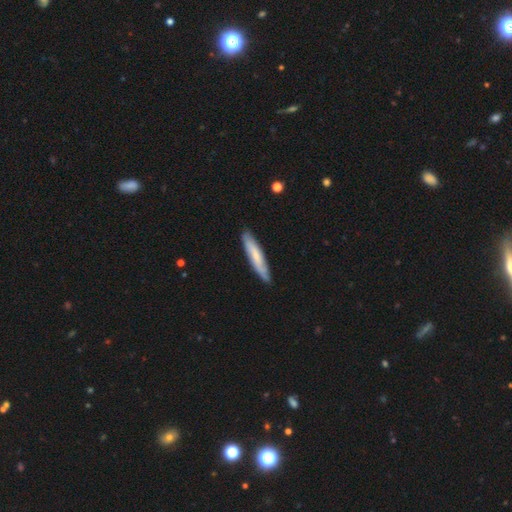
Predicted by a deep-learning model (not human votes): A smooth galaxy with no disk features (60%) that is cigar-shaped (88%).

Vote fractions:
- Smooth or featured? smooth: 60% / featured or disk: 35% / star or artifact: 5%
- How rounded? cigar-shaped: 88% / in between: 10% / round: 1%
- Merging? none: 85% / minor disturbance: 12% / major disturbance: 2% / merger: 1%